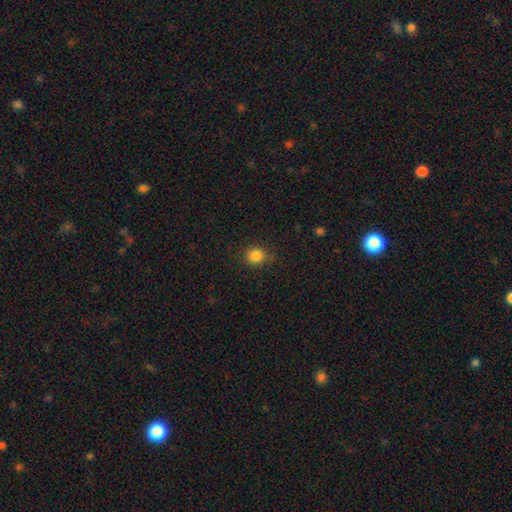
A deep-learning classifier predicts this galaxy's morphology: type=smooth (85%); roundness=round (83%); merging=none (84%).